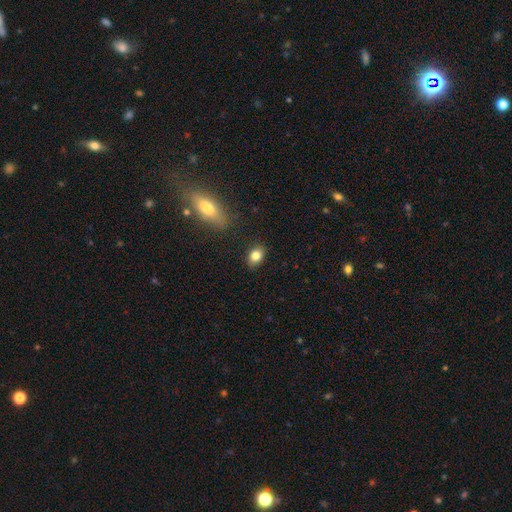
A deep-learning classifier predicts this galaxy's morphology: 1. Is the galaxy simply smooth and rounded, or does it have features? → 83% smooth, 9% star or artifact, 8% featured or disk.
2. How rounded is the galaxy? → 73% in between, 25% round, 2% cigar-shaped.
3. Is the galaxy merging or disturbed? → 85% none, 11% minor disturbance, 3% major disturbance, 2% merger.